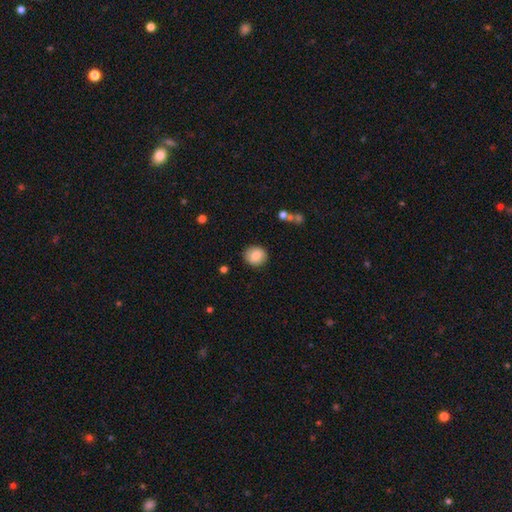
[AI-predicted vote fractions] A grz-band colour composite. It shows a smooth galaxy with no disk features (84%) that is round (83%). Merging: none (89%).